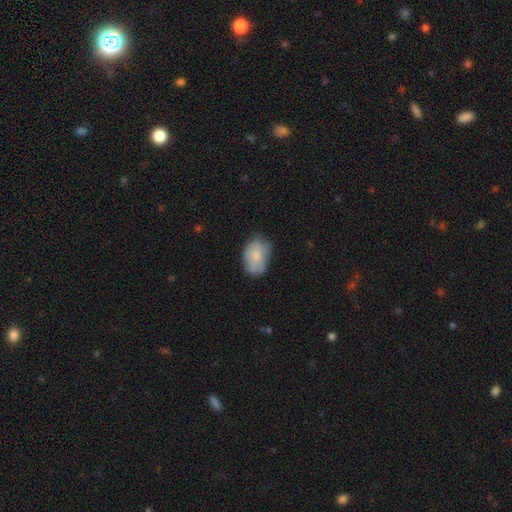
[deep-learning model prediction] smooth-or-featured: smooth: 76% | featured or disk: 16% | star or artifact: 7%
  how-rounded: in between: 85% | round: 14% | cigar-shaped: 1%
  merging: none: 59% | minor disturbance: 29% | major disturbance: 8% | merger: 3%